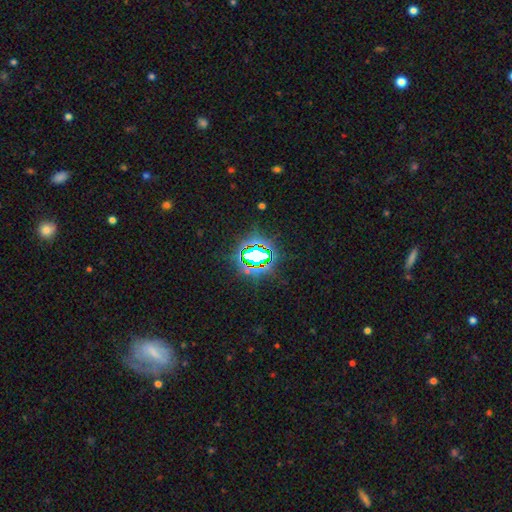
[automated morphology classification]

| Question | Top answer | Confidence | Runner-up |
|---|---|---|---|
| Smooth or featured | star or artifact | 74% | smooth (16%) |